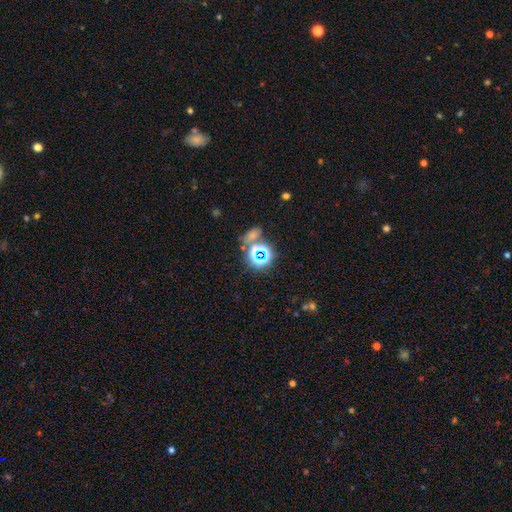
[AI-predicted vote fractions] Q: Smooth or featured?
A: star or artifact (68%); runner-up: smooth (23%)